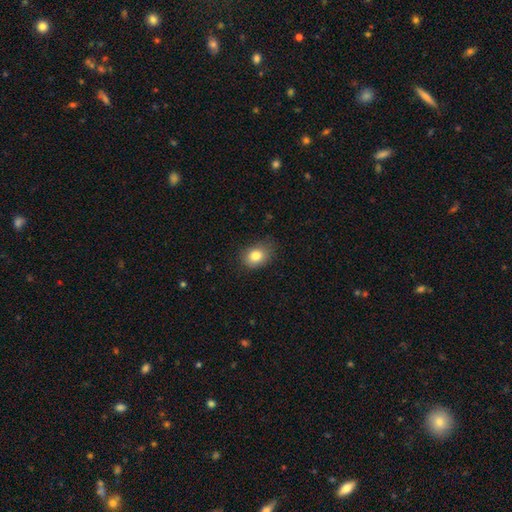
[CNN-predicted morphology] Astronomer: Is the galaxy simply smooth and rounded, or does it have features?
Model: smooth — 81%.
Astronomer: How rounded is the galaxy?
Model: in between — 63%.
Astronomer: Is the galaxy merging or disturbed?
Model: none — 75%.